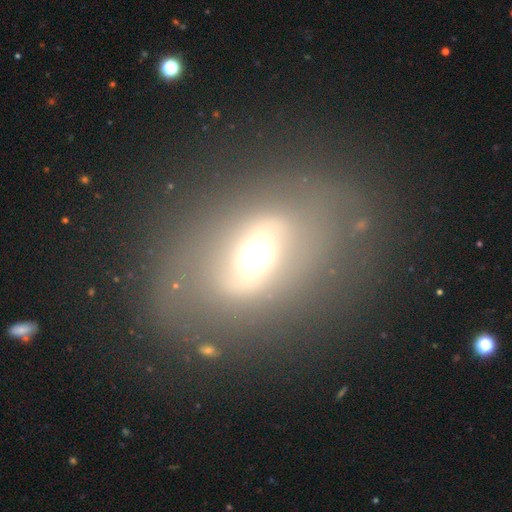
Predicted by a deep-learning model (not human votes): This is likely a featured or disk galaxy (61%). It is clearly not viewed edge-on (88%). Bar: marginally strong (43%). Spiral arm pattern: possibly no (58%). Central bulge: possibly moderate (59%). Merging: likely none (74%).